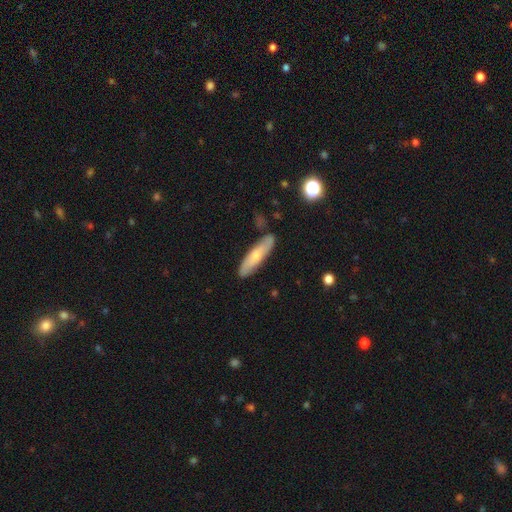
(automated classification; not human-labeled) This is likely a smooth galaxy (61%). How rounded: likely cigar-shaped (76%). Merging: clearly none (83%).